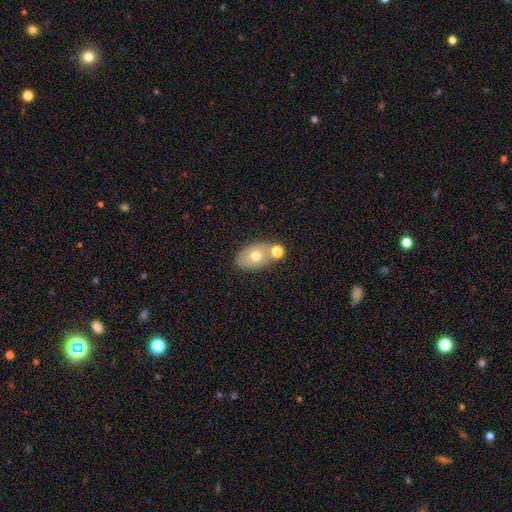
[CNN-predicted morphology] Smooth or featured? Predicted: smooth (p=0.64). How rounded? Predicted: in between (p=0.85). Merging? Predicted: none (p=0.59).